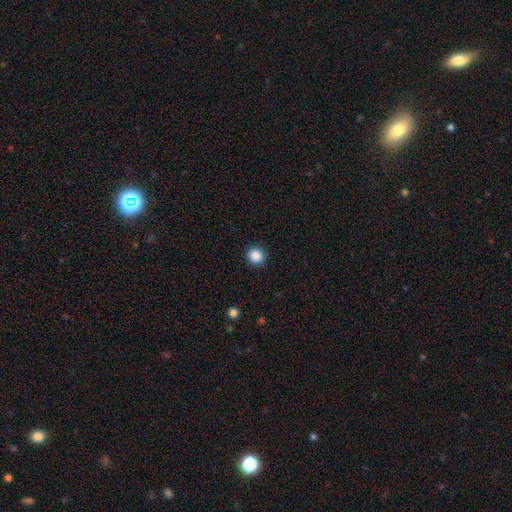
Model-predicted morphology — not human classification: Smooth or featured? smooth (88%)
How rounded? round (91%)
Merging? none (92%)